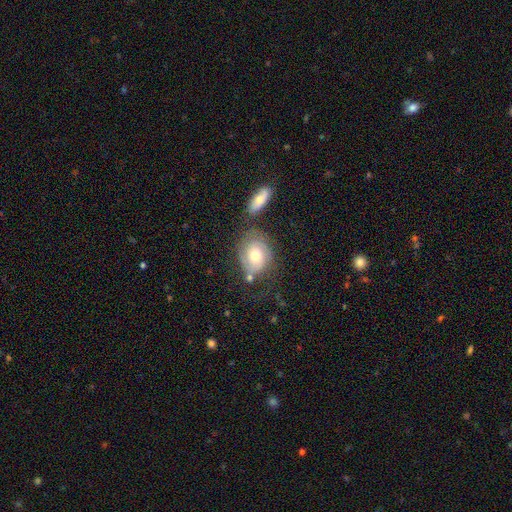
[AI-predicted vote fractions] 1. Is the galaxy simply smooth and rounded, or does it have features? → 53% featured or disk, 39% smooth, 8% star or artifact.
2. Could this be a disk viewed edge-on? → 95% no, 5% yes.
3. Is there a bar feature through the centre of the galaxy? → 76% no, 20% weak, 4% strong.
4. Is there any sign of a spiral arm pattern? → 81% yes, 19% no.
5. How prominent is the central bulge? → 69% moderate, 21% small, 8% large, 1% dominant, 1% none.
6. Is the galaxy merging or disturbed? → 53% none, 20% minor disturbance, 16% merger, 11% major disturbance.